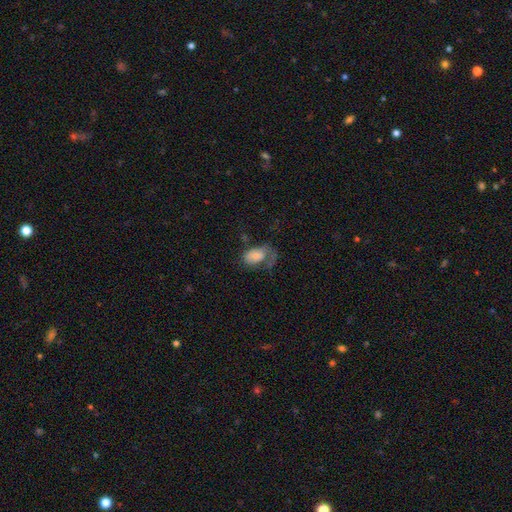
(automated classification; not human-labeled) A smooth galaxy with no disk features (58%) that is in between round and cigar-shaped (89%).

Vote fractions:
- Smooth or featured? smooth: 58% / featured or disk: 33% / star or artifact: 9%
- How rounded? in between: 89% / round: 10% / cigar-shaped: 2%
- Merging? major disturbance: 49% / none: 25% / minor disturbance: 20% / merger: 6%